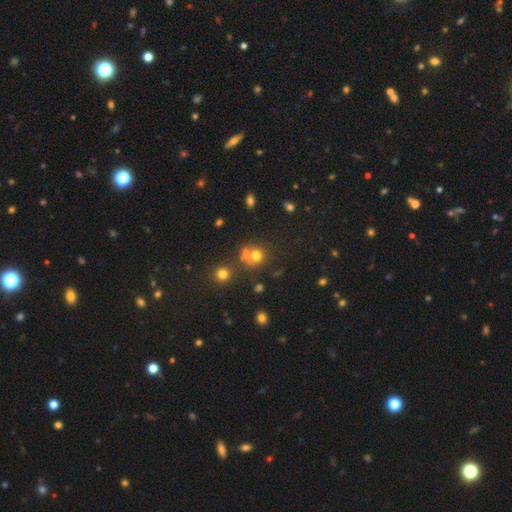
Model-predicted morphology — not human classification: smooth-or-featured: smooth: 68% | star or artifact: 19% | featured or disk: 13%
  how-rounded: round: 81% | in between: 18% | cigar-shaped: 1%
  merging: none: 50% | merger: 35% | minor disturbance: 10% | major disturbance: 5%